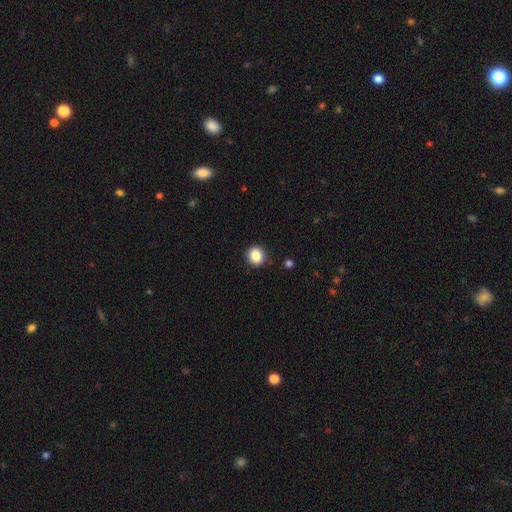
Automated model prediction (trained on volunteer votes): Q: Smooth or featured?
A: smooth (87%); runner-up: star or artifact (9%)
Q: How rounded?
A: round (88%); runner-up: in between (11%)
Q: Merging?
A: none (91%); runner-up: minor disturbance (6%)